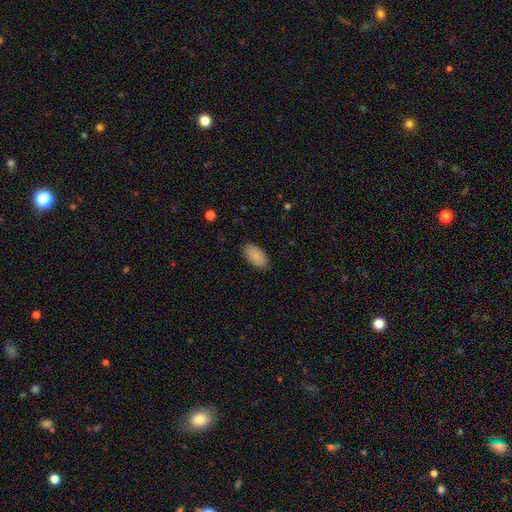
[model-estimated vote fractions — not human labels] This appears to be a smooth galaxy with no disk features (87%) that is in between round and cigar-shaped (95%). Merging: none (86%).